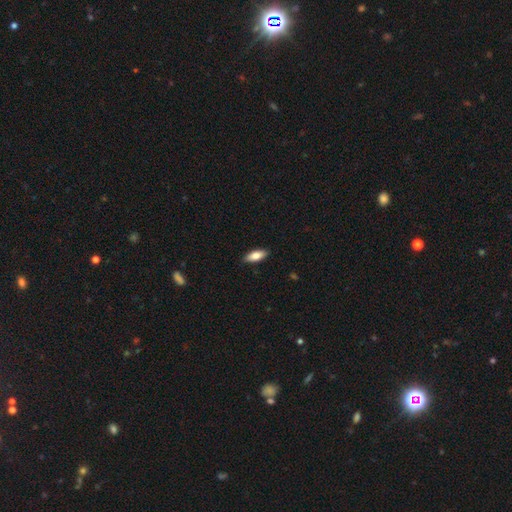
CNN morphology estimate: The model was most divided on "how rounded": in between: 75%, cigar-shaped: 23%, round: 2%. More confident: merging — none (88%); smooth or featured — smooth (79%).